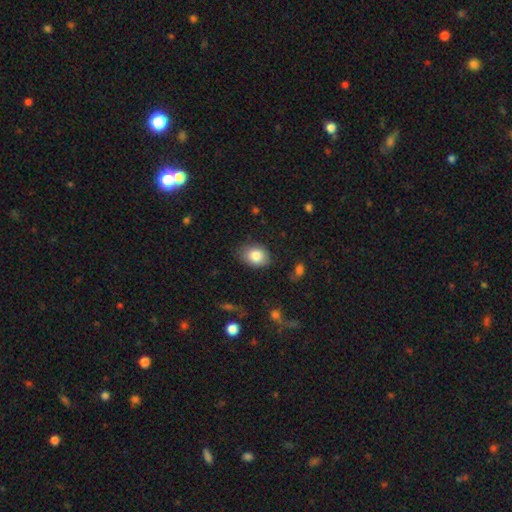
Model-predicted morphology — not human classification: smooth 83%, featured or disk 8%, star or artifact 8%. Down the decision tree: how rounded — in between (70%); merging — none (79%).